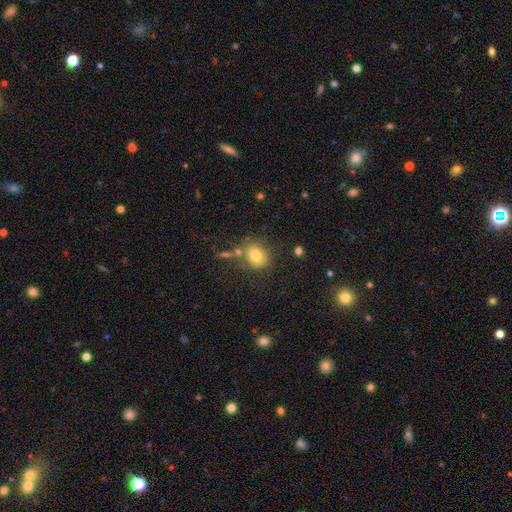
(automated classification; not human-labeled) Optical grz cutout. It shows a smooth galaxy with no disk features (78%) that is round (54%). Merging: none (68%).